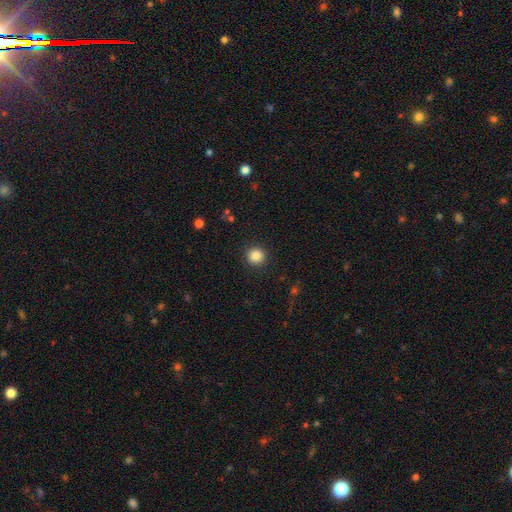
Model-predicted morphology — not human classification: Smooth or featured? smooth (86%)
How rounded? round (94%)
Merging? none (91%)